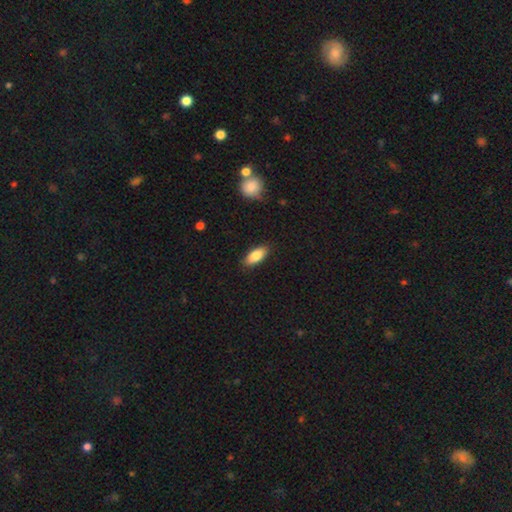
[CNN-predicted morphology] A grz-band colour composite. It shows a smooth galaxy with no disk features (83%) that is in between round and cigar-shaped (82%). Merging: none (88%).